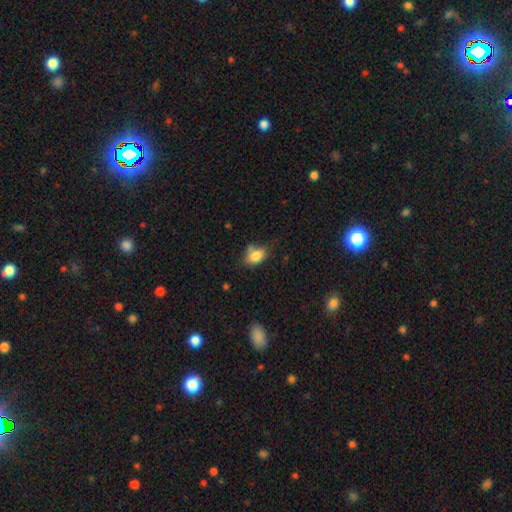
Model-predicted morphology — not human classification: A smooth galaxy with no disk features (82%) that is in between round and cigar-shaped (78%).

Vote fractions:
- Smooth or featured? smooth: 82% / star or artifact: 9% / featured or disk: 9%
- How rounded? in between: 78% / round: 20% / cigar-shaped: 2%
- Merging? none: 58% / minor disturbance: 25% / merger: 10% / major disturbance: 6%